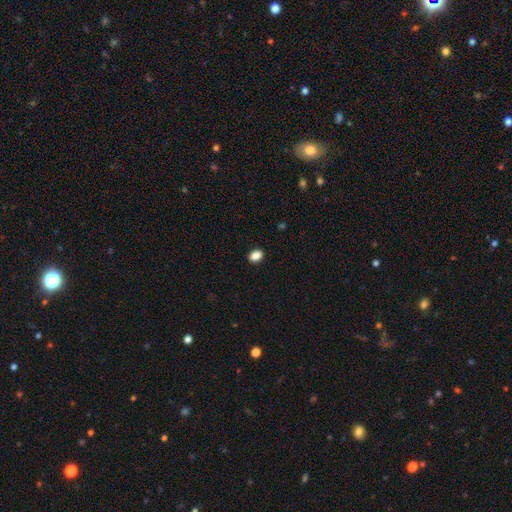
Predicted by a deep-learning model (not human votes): This is clearly a smooth galaxy (88%). How rounded: likely in between (78%). Merging: clearly none (91%).